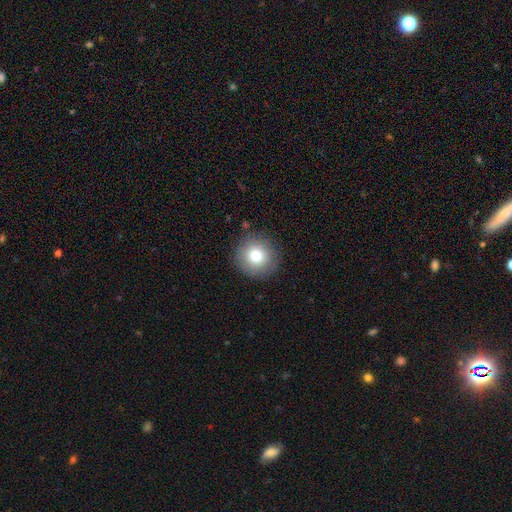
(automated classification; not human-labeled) This is likely a smooth galaxy (80%). How rounded: clearly round (94%). Merging: clearly none (88%).